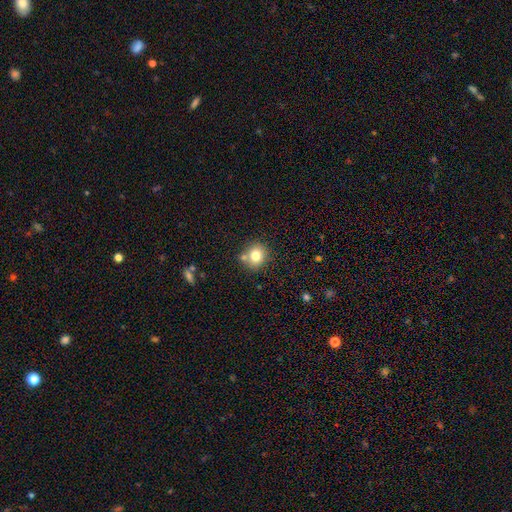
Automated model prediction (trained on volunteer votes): Q: Smooth or featured?
A: smooth (78%); runner-up: star or artifact (11%)
Q: How rounded?
A: round (78%); runner-up: in between (21%)
Q: Merging?
A: none (68%); runner-up: merger (17%)